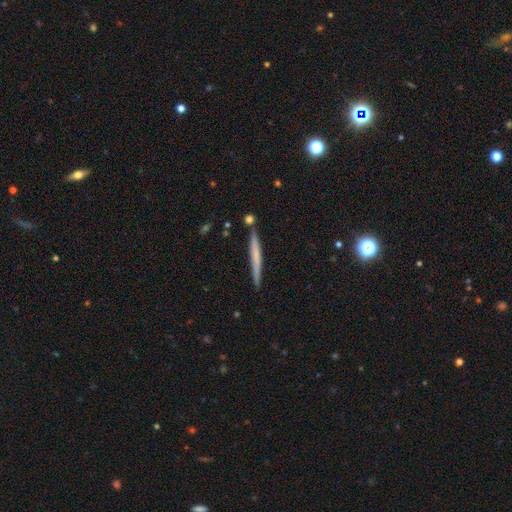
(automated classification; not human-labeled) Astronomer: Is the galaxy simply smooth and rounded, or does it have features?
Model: smooth — 52% (runner-up: featured or disk, 42%).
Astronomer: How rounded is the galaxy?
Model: cigar-shaped — 97%.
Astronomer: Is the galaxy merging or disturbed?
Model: none — 87%.